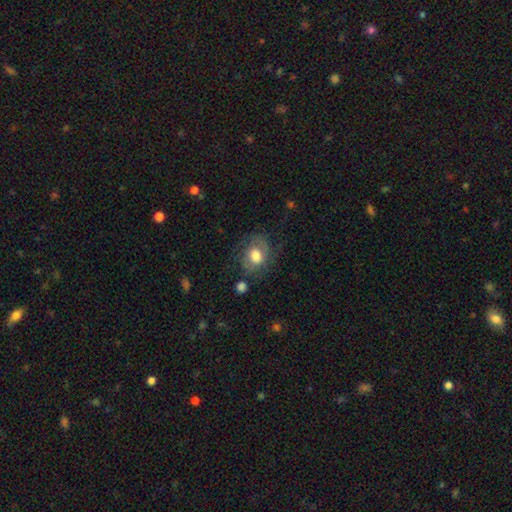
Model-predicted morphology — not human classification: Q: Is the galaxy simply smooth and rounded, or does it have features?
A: smooth — 54%.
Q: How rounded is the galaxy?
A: round — 53%.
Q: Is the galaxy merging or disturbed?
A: none — 59%.